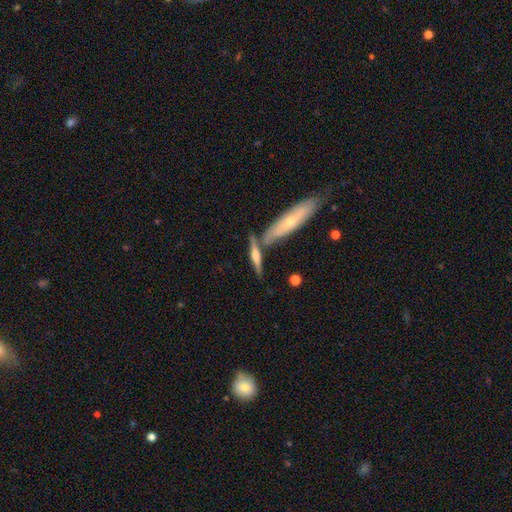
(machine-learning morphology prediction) smooth_or_featured: featured or disk (p=0.56) [alt: smooth p=0.37]
disk_edge_on: yes (p=0.92) [alt: no p=0.08]
edge_on_bulge: rounded (p=0.77) [alt: boxy p=0.12]
merging: none (p=0.56) [alt: merger p=0.27]